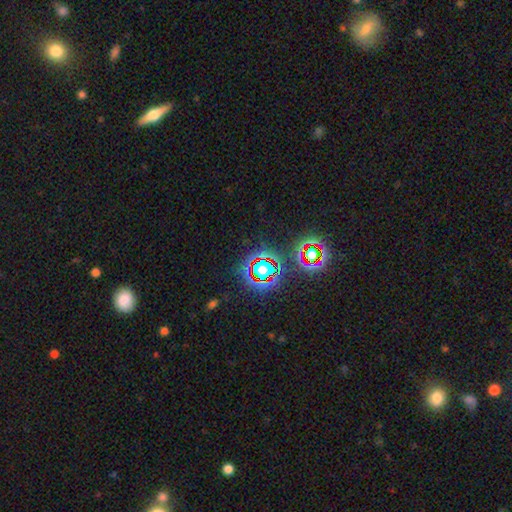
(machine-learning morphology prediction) Smooth or featured? Predicted: star or artifact (p=0.76).